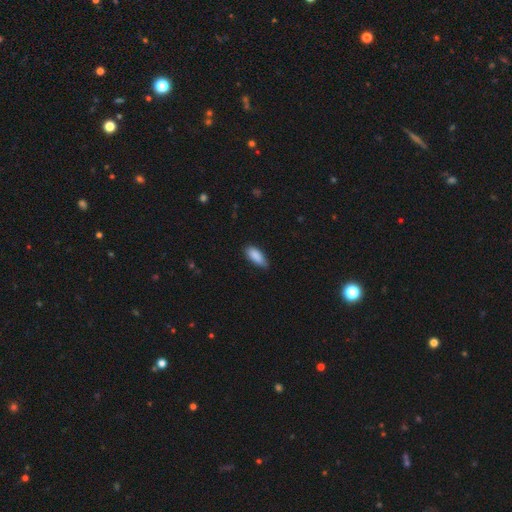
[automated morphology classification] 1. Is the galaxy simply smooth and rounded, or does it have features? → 88% smooth, 7% star or artifact, 6% featured or disk.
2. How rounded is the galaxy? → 80% in between, 18% cigar-shaped, 2% round.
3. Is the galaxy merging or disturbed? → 67% none, 28% minor disturbance, 4% major disturbance, 1% merger.